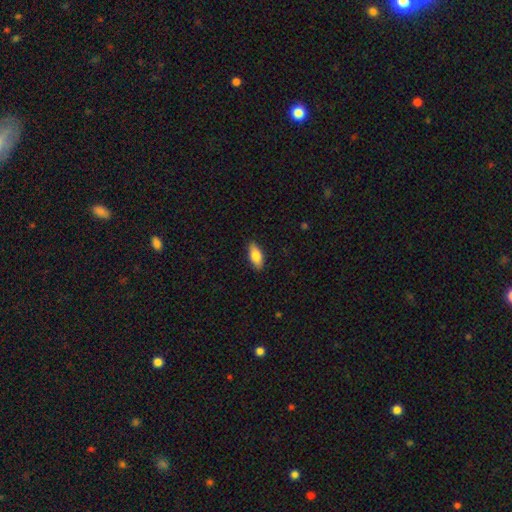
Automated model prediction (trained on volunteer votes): Overall: smooth (82%). How rounded: in between (84%). Merging: none (88%).